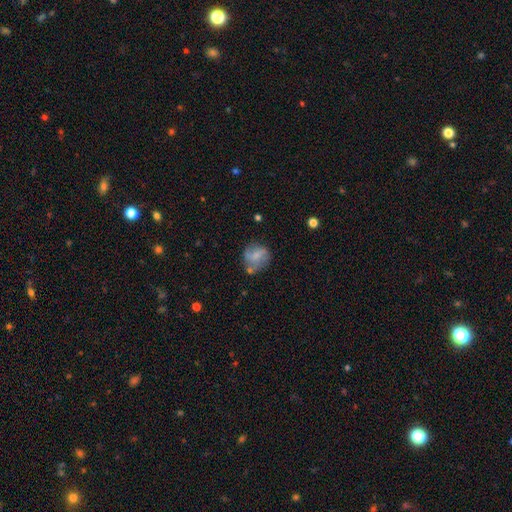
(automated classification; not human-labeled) Smooth or featured: smooth — 54% (featured or disk — 37%)
How rounded: round — 72% (in between — 27%)
Merging: none — 56% (minor disturbance — 24%)